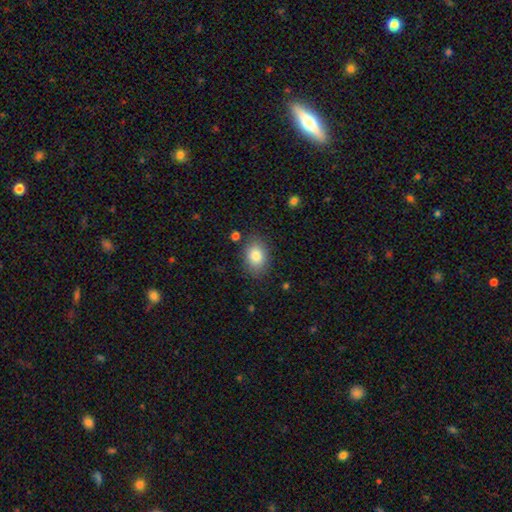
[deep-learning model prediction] Morphology: type=smooth (84%); roundness=in between (80%); merging=none (82%).